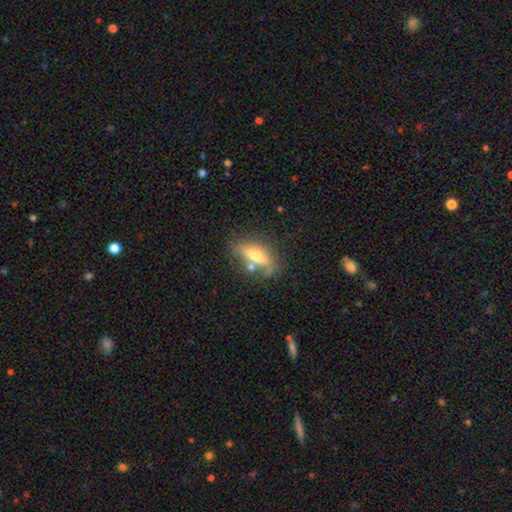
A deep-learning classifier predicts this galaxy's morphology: Smooth or featured? smooth (48%)
Merging? none (64%)